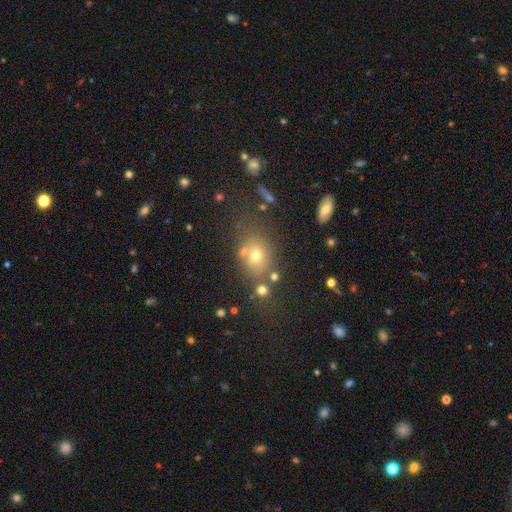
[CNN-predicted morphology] A smooth galaxy with no disk features (65%) that is in between round and cigar-shaped (58%). Merging: none (66%).